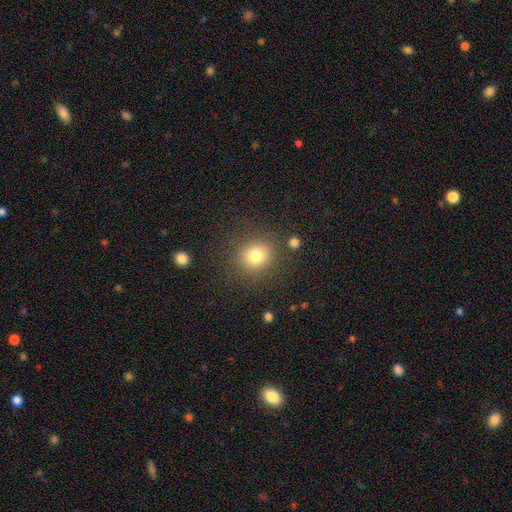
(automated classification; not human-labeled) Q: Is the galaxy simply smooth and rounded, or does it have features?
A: smooth — 79%.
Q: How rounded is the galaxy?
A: round — 85%.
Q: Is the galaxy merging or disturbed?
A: none — 85%.